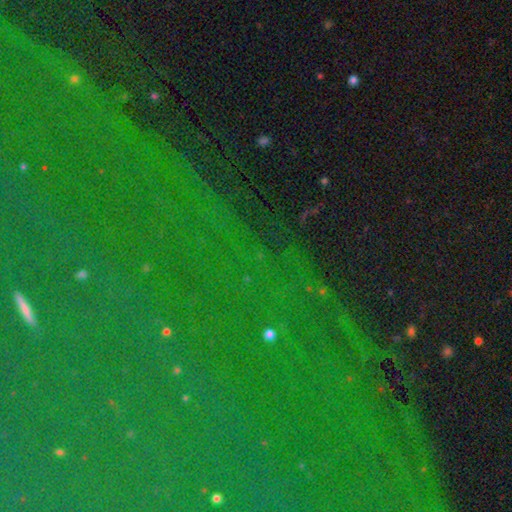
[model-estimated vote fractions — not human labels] A star or artifact, not a galaxy (85%).

Vote fractions:
- Smooth or featured? star or artifact: 85% / smooth: 7% / featured or disk: 7%